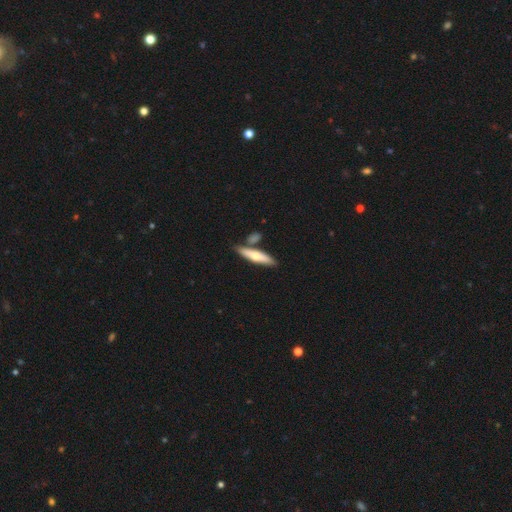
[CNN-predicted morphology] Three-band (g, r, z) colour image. It shows a smooth galaxy with no disk features (56%) that is cigar-shaped (74%). Merging: none (71%).